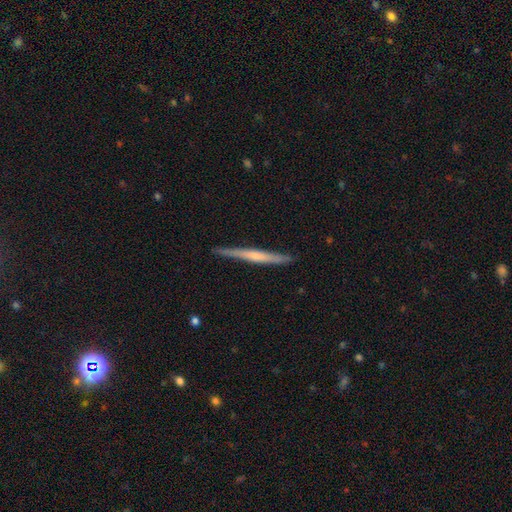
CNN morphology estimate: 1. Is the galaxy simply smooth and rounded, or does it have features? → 54% featured or disk, 41% smooth, 5% star or artifact.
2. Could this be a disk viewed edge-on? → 97% yes, 3% no.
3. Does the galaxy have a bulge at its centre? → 60% none, 29% rounded, 11% boxy.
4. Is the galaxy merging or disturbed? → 88% none, 9% minor disturbance, 1% major disturbance, 1% merger.